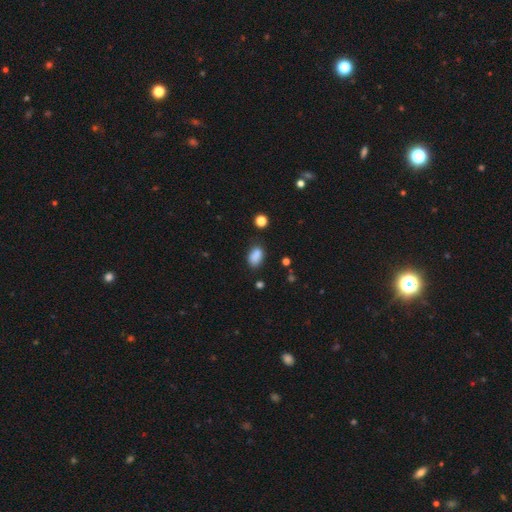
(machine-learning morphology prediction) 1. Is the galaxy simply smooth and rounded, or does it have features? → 85% smooth, 11% star or artifact, 5% featured or disk.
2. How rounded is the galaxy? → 87% in between, 12% round, 2% cigar-shaped.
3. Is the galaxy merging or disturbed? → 70% none, 20% minor disturbance, 5% major disturbance, 5% merger.